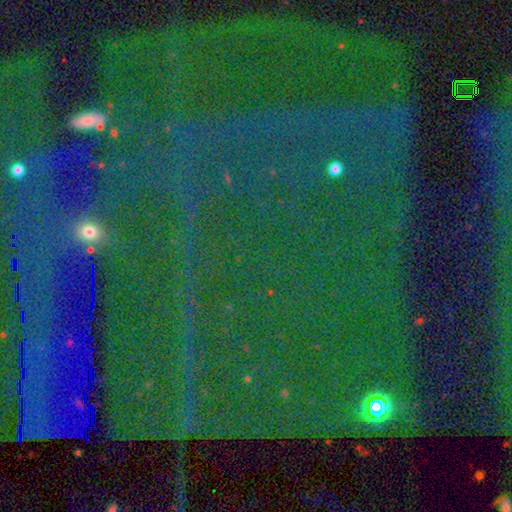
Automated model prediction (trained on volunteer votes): A star or artifact, not a galaxy (84%).

Vote fractions:
- Smooth or featured? star or artifact: 84% / smooth: 8% / featured or disk: 8%